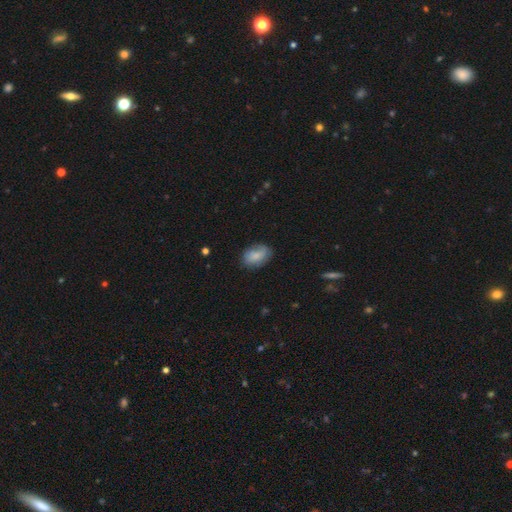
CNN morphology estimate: smooth_or_featured: smooth (p=0.78) [alt: featured or disk p=0.15]
how_rounded: in between (p=0.83) [alt: round p=0.15]
merging: none (p=0.71) [alt: minor disturbance p=0.22]